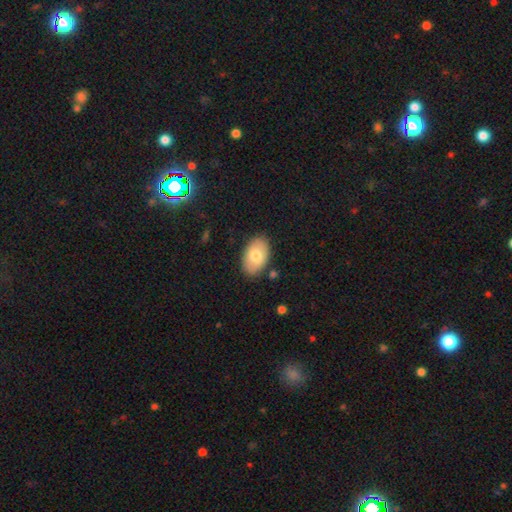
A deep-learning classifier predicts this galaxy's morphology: Smooth or featured? Predicted: smooth (p=0.76). How rounded? Predicted: in between (p=0.92). Merging? Predicted: none (p=0.85).